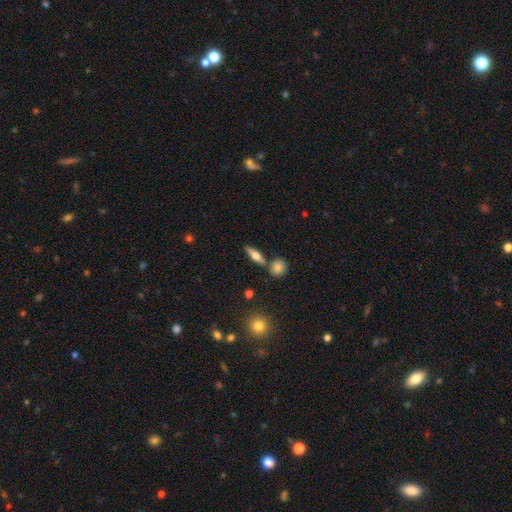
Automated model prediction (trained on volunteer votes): Smooth or featured?
  - smooth: 51% *
  - featured or disk: 42%
  - star or artifact: 8%
How rounded?
  - cigar-shaped: 52% *
  - in between: 42%
  - round: 6%
Merging?
  - none: 74% *
  - merger: 13%
  - minor disturbance: 10%
  - major disturbance: 3%